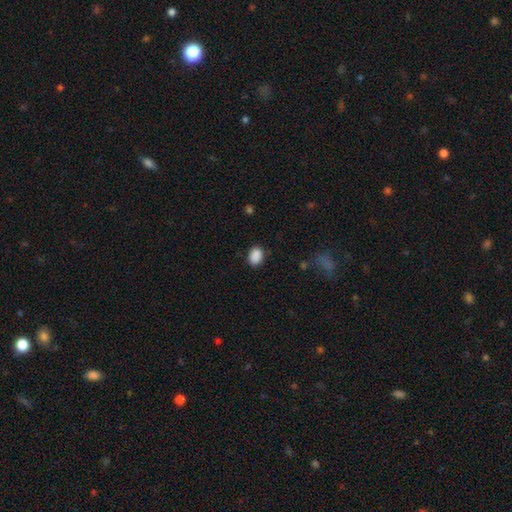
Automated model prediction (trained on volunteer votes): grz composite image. It shows a smooth galaxy with no disk features (89%) that is in between round and cigar-shaped (71%). Merging: none (85%).